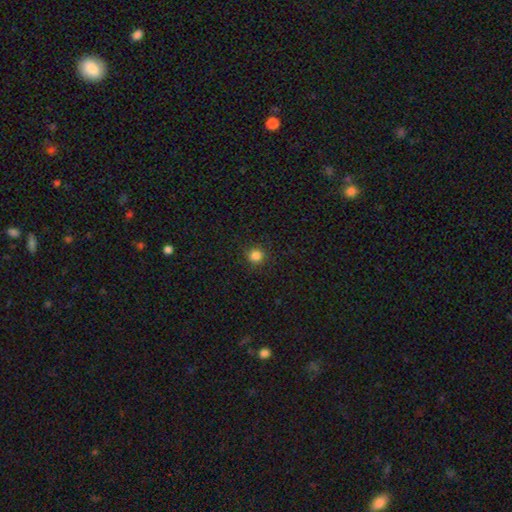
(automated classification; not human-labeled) Morphology: type=smooth (84%); roundness=round (93%); merging=none (89%).